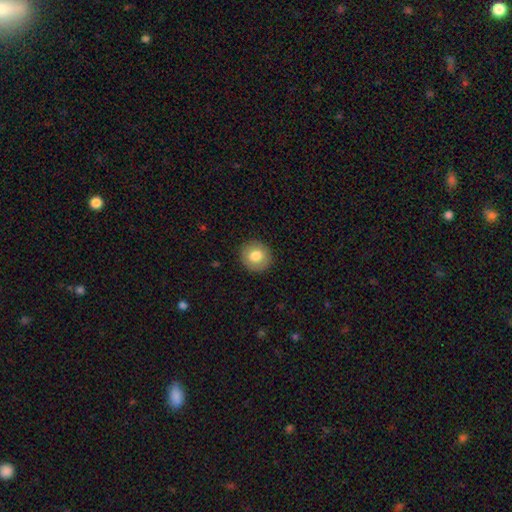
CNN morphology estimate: smooth-or-featured: smooth: 79% | featured or disk: 13% | star or artifact: 8%
  how-rounded: round: 90% | in between: 9% | cigar-shaped: 1%
  merging: none: 90% | minor disturbance: 7% | major disturbance: 2% | merger: 1%